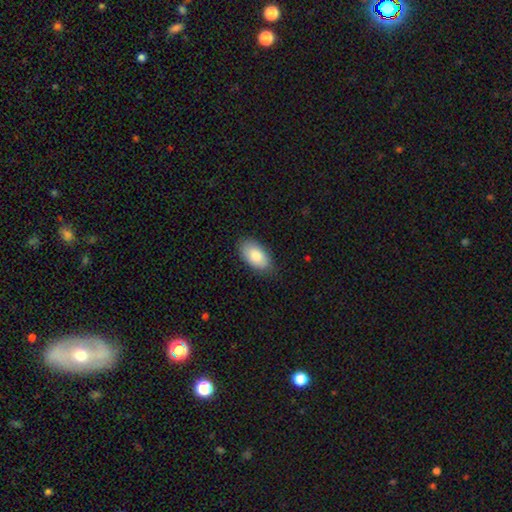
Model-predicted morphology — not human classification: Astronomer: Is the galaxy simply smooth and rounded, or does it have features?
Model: smooth — 81%.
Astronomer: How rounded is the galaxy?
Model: in between — 95%.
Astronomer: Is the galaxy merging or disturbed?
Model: none — 83%.